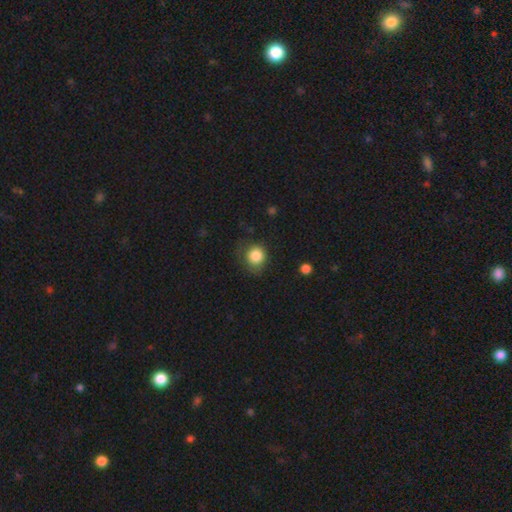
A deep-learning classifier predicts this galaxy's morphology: Smooth or featured: smooth — 85% (star or artifact — 9%)
How rounded: round — 86% (in between — 14%)
Merging: none — 64% (minor disturbance — 24%)